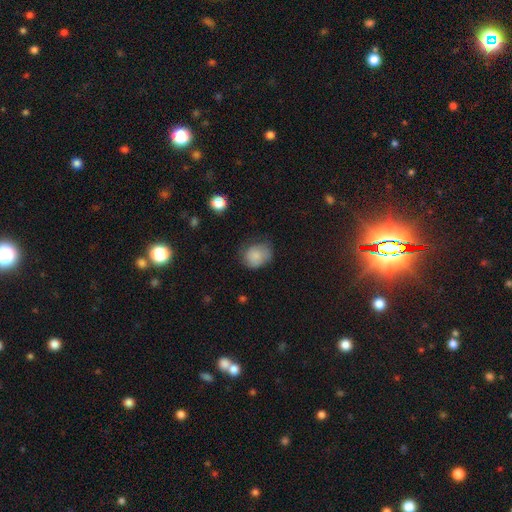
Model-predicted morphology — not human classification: type=smooth (82%); roundness=round (58%); merging=none (54%).